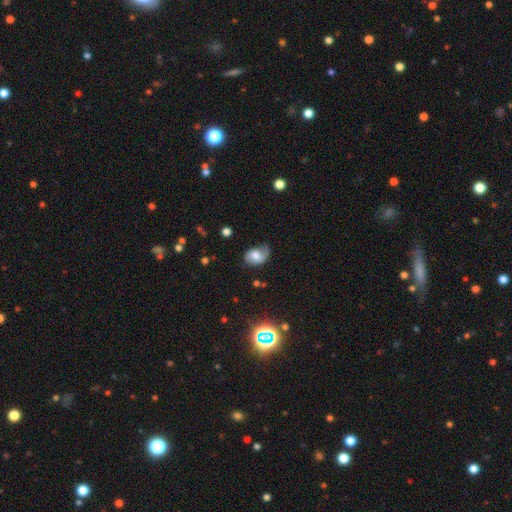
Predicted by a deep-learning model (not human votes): A smooth galaxy with no disk features (51%) that is in between round and cigar-shaped (77%).

Vote fractions:
- Smooth or featured? smooth: 51% / featured or disk: 38% / star or artifact: 11%
- How rounded? in between: 77% / round: 22% / cigar-shaped: 1%
- Merging? none: 53% / minor disturbance: 32% / major disturbance: 13% / merger: 2%